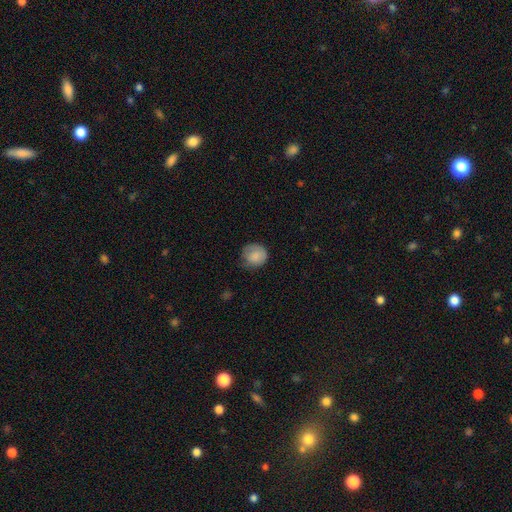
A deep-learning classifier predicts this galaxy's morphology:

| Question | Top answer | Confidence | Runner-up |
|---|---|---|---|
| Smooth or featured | smooth | 82% | featured or disk (10%) |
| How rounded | round | 84% | in between (15%) |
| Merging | none | 55% | minor disturbance (32%) |